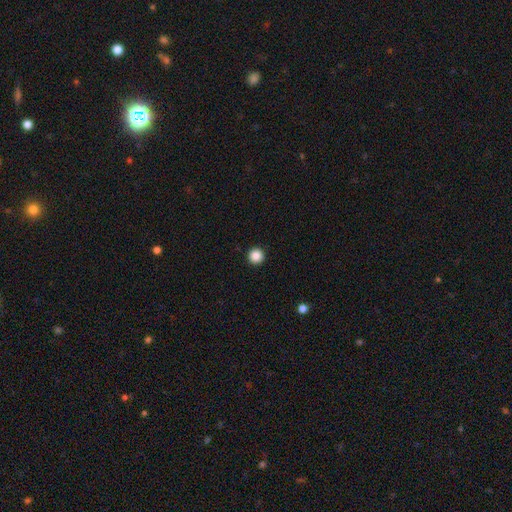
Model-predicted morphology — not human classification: type=smooth (87%); roundness=round (97%); merging=none (94%).